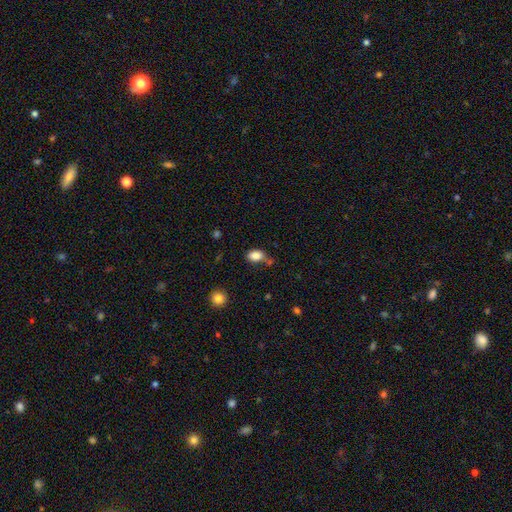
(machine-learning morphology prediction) Smooth or featured? Predicted: smooth (p=0.86). How rounded? Predicted: in between (p=0.85). Merging? Predicted: none (p=0.58).